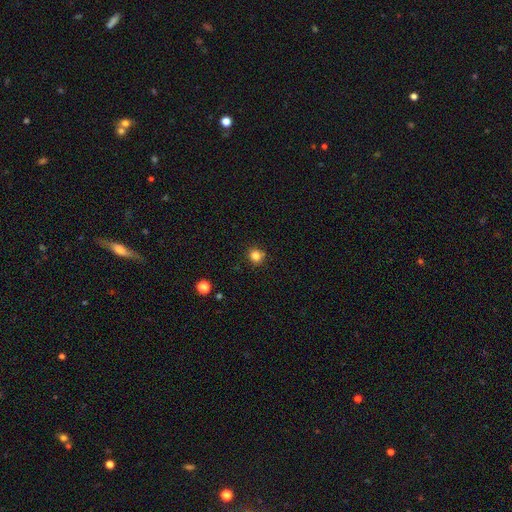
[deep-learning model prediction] A smooth galaxy with no disk features (82%) that is round (90%).

Vote fractions:
- Smooth or featured? smooth: 82% / star or artifact: 13% / featured or disk: 5%
- How rounded? round: 90% / in between: 9% / cigar-shaped: 1%
- Merging? none: 83% / minor disturbance: 10% / merger: 4% / major disturbance: 2%